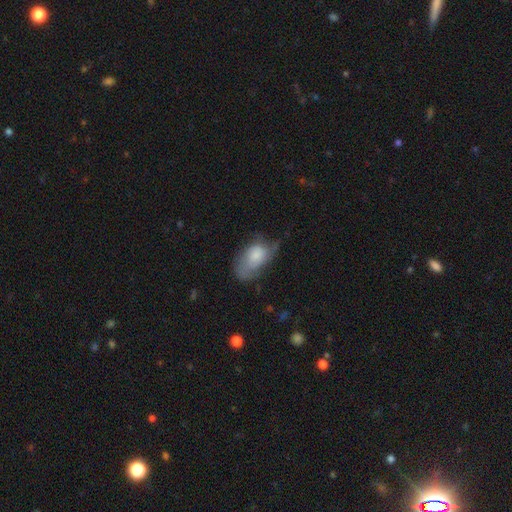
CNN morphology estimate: smooth-or-featured: smooth: 60% | featured or disk: 32% | star or artifact: 7%
  how-rounded: in between: 92% | round: 6% | cigar-shaped: 2%
  merging: none: 38% | minor disturbance: 34% | major disturbance: 25% | merger: 2%